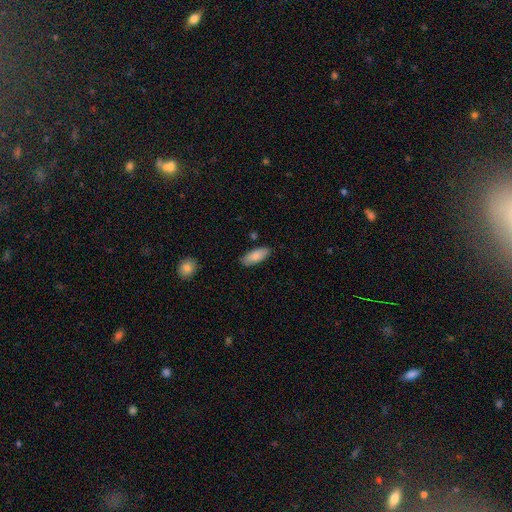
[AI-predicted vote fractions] smooth_or_featured: smooth (p=0.85) [alt: featured or disk p=0.09]
how_rounded: in between (p=0.80) [alt: cigar-shaped p=0.18]
merging: none (p=0.84) [alt: minor disturbance p=0.11]